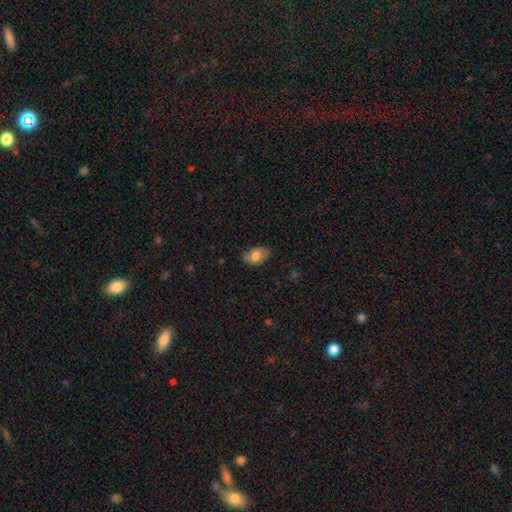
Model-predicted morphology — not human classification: smooth 77%, featured or disk 16%, star or artifact 7%. Down the decision tree: how rounded — in between (91%); merging — none (81%).